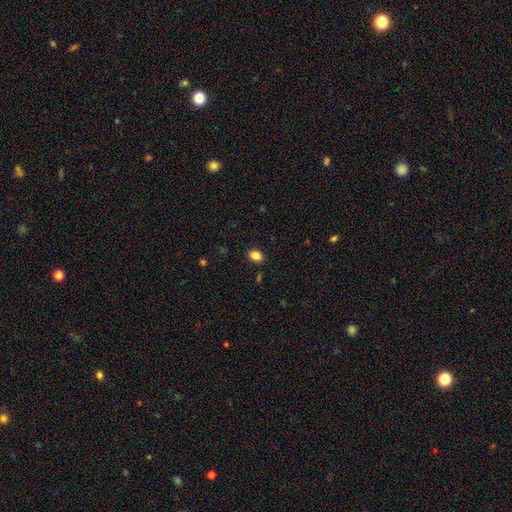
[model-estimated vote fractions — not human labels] The model was most divided on "how rounded": in between: 75%, round: 24%, cigar-shaped: 1%. More confident: merging — none (88%); smooth or featured — smooth (84%).